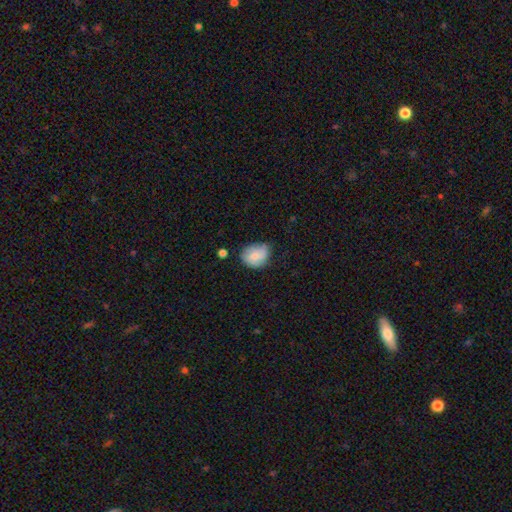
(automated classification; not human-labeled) This is likely a smooth galaxy (73%). How rounded: possibly round (52%). Merging: possibly none (55%).